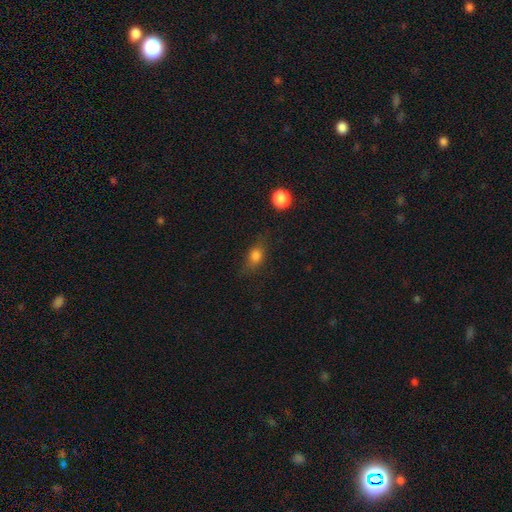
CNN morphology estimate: This is likely a smooth galaxy (78%). How rounded: likely in between (67%). Merging: likely none (70%).